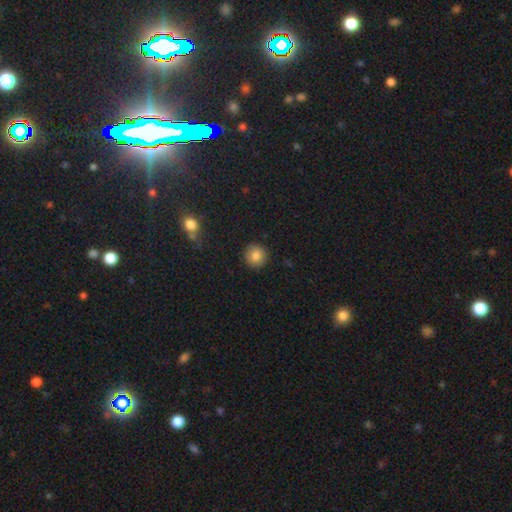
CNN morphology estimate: Overall: smooth (84%). How rounded: round (94%). Merging: none (91%).